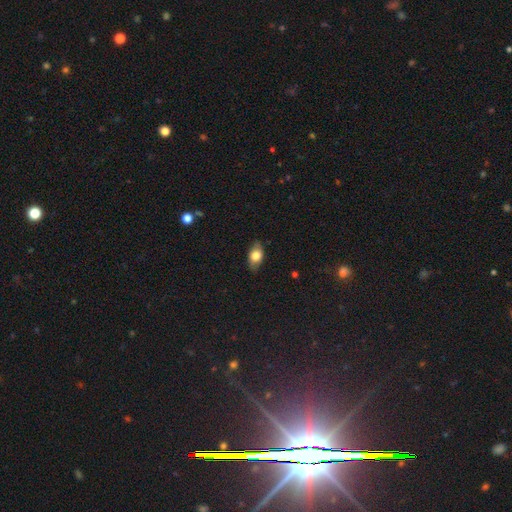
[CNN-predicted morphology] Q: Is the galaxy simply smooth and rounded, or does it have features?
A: smooth — 74%.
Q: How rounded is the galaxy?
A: in between — 87%.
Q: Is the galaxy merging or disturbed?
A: none — 83%.